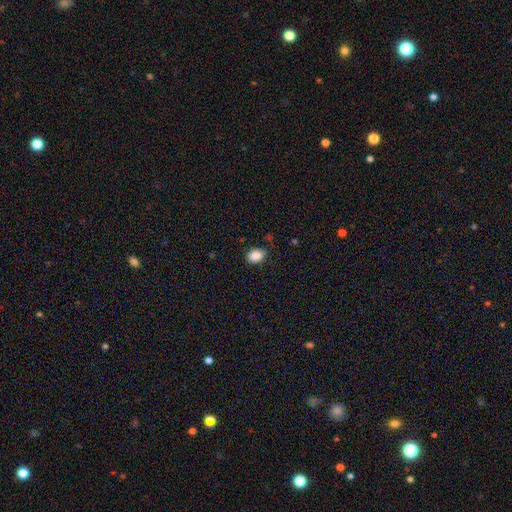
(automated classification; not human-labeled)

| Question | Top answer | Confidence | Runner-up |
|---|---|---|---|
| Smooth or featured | smooth | 88% | star or artifact (9%) |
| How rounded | in between | 73% | round (26%) |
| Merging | none | 80% | minor disturbance (15%) |